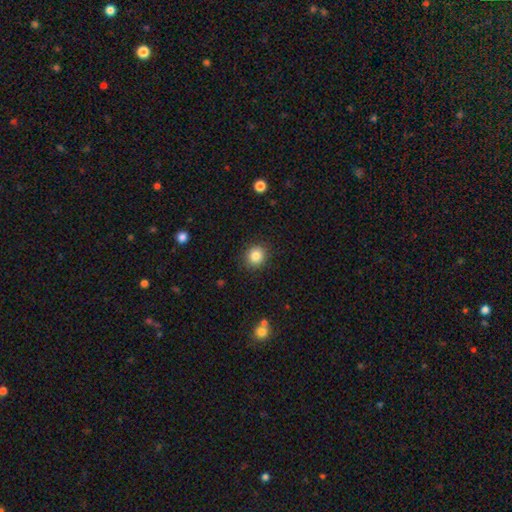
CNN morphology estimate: Smooth or featured: smooth — 85% (star or artifact — 10%)
How rounded: round — 82% (in between — 17%)
Merging: none — 89% (minor disturbance — 7%)